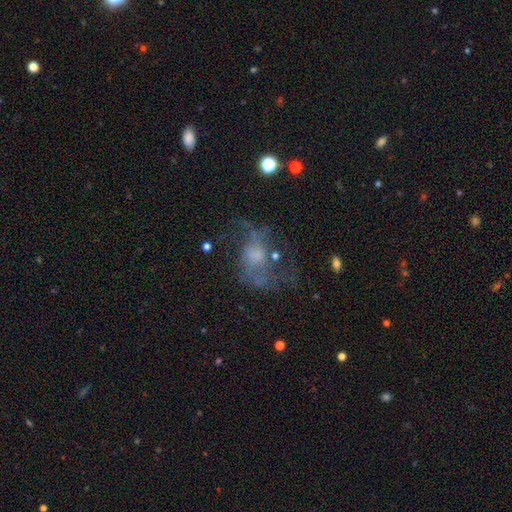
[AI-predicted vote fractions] Smooth or featured?
  - featured or disk: 56% *
  - smooth: 27%
  - star or artifact: 17%
Edge-on disk?
  - no: 96% *
  - yes: 4%
Bar?
  - no: 75% *
  - weak: 21%
  - strong: 4%
Spiral arms?
  - yes: 53% *
  - no: 47%
Bulge size?
  - moderate: 33% *
  - small: 32%
  - none: 25%
  - large: 8%
  - dominant: 2%
Merging?
  - none: 42% *
  - major disturbance: 35%
  - minor disturbance: 19%
  - merger: 4%